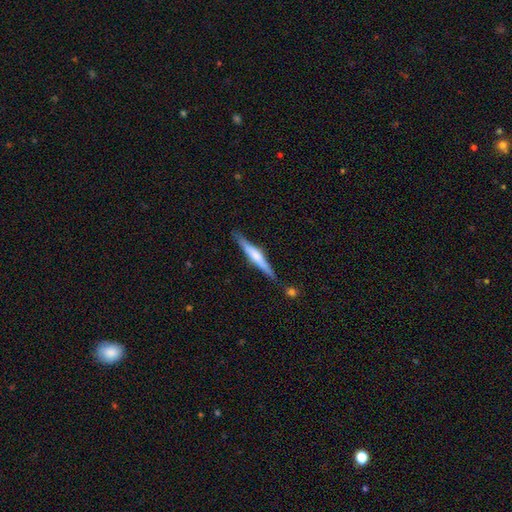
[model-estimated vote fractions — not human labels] Q: Smooth or featured?
A: featured or disk (56%); runner-up: smooth (39%)
Q: Edge-on disk?
A: yes (97%); runner-up: no (3%)
Q: Edge-on bulge?
A: rounded (58%); runner-up: boxy (22%)
Q: Merging?
A: none (84%); runner-up: minor disturbance (11%)